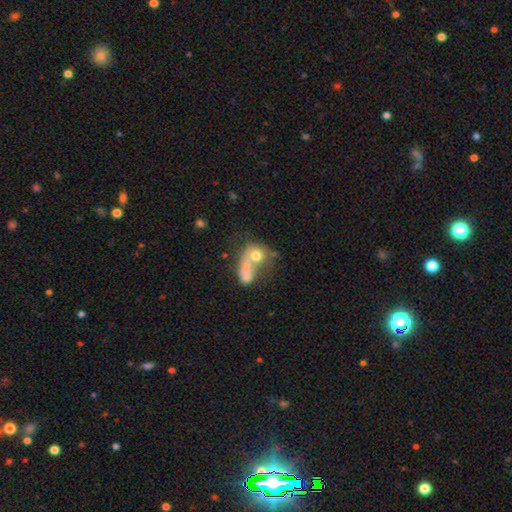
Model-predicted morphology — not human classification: smooth_or_featured: smooth (p=0.56) [alt: featured or disk p=0.31]
how_rounded: in between (p=0.49) [alt: round p=0.46]
merging: merger (p=0.52) [alt: major disturbance p=0.21]